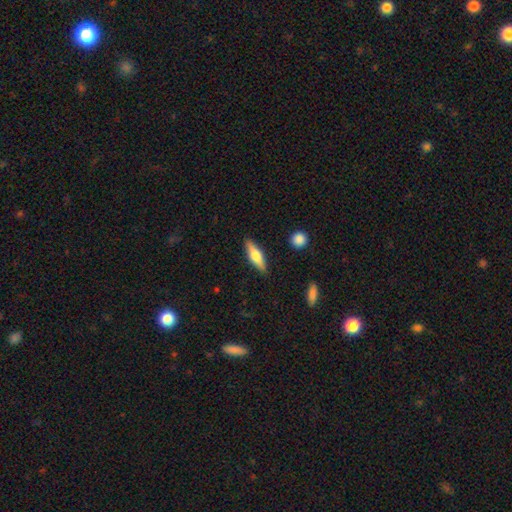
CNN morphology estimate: The model was most divided on "smooth or featured": smooth: 50%, featured or disk: 44%, star or artifact: 6%. More confident: merging — none (88%); how rounded — cigar-shaped (57%).